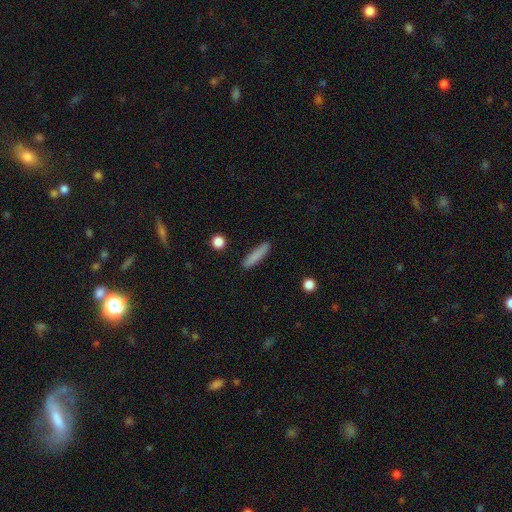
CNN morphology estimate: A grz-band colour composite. It shows a smooth galaxy with no disk features (84%) that is cigar-shaped (86%). Merging: none (89%).